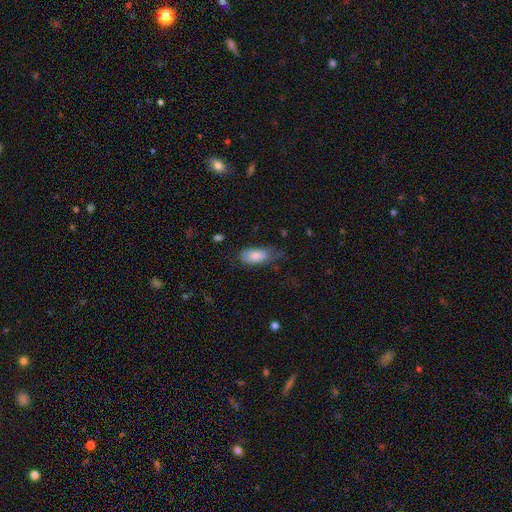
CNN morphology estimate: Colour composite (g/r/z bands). It shows a smooth galaxy with no disk features (81%) that is in between round and cigar-shaped (89%). Merging: none (47%).